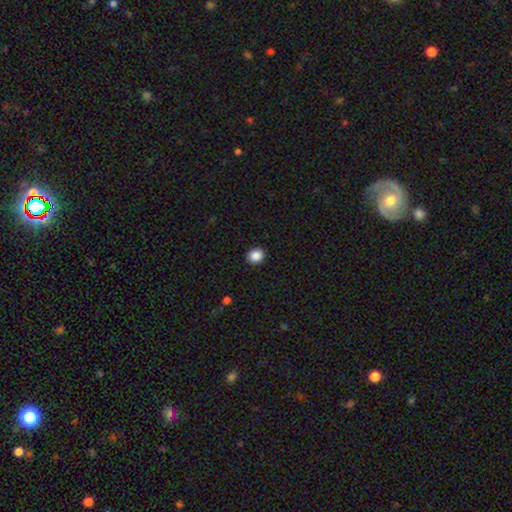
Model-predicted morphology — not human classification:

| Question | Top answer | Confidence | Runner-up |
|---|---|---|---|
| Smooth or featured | smooth | 88% | star or artifact (9%) |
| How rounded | round | 78% | in between (22%) |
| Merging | none | 92% | minor disturbance (5%) |